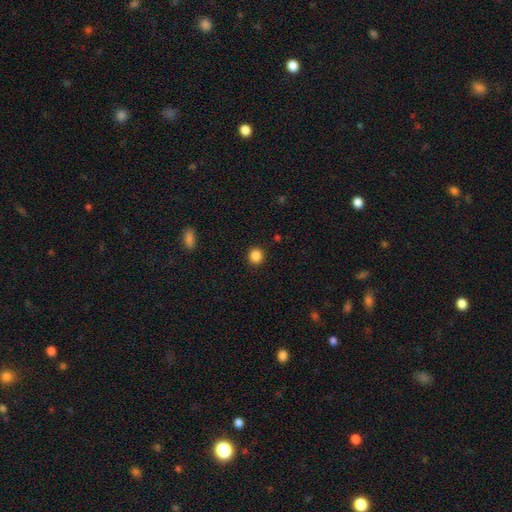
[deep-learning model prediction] Smooth or featured? Predicted: smooth (p=0.86). How rounded? Predicted: round (p=0.91). Merging? Predicted: none (p=0.92).